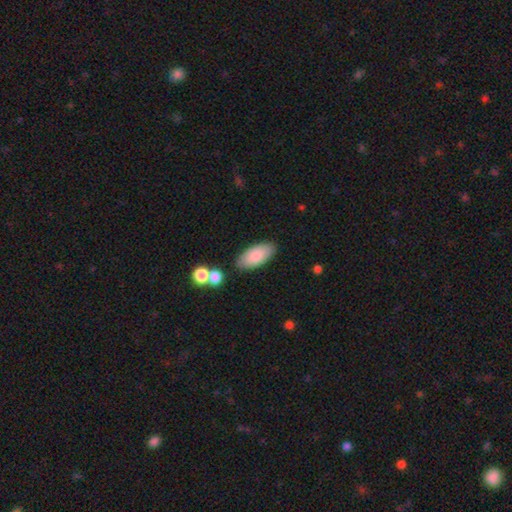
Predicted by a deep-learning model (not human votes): A smooth galaxy with no disk features (85%) that is in between round and cigar-shaped (89%). Merging: none (82%).